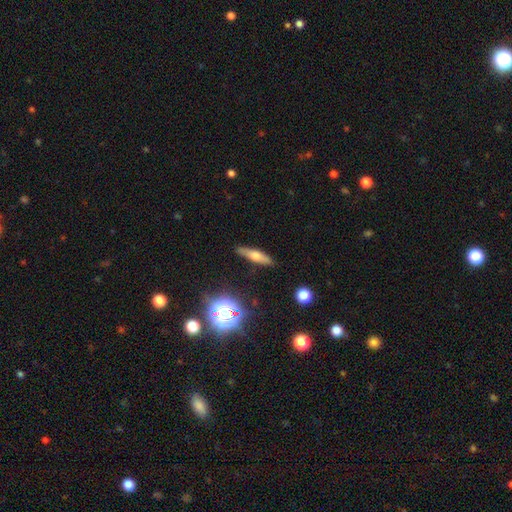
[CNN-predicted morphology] The model was most divided on "smooth or featured": smooth: 50%, featured or disk: 39%, star or artifact: 11%. More confident: merging — none (87%); how rounded — cigar-shaped (72%).